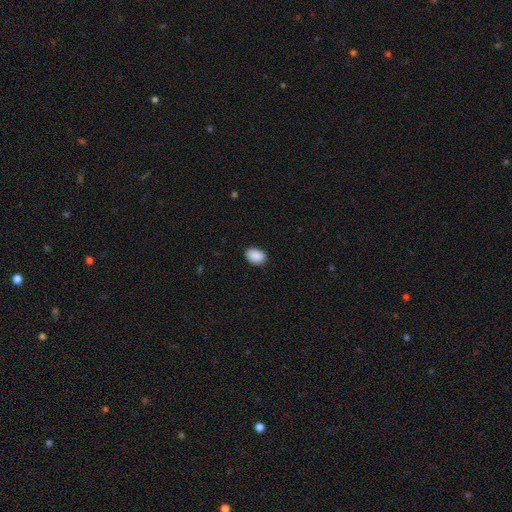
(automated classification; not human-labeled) This is clearly a smooth galaxy (90%). How rounded: likely in between (78%). Merging: clearly none (87%).